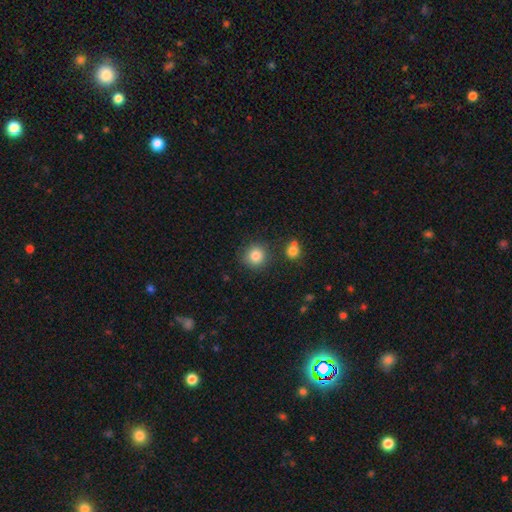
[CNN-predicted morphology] smooth_or_featured: smooth (p=0.84) [alt: star or artifact p=0.11]
how_rounded: round (p=0.91) [alt: in between p=0.08]
merging: none (p=0.83) [alt: minor disturbance p=0.09]